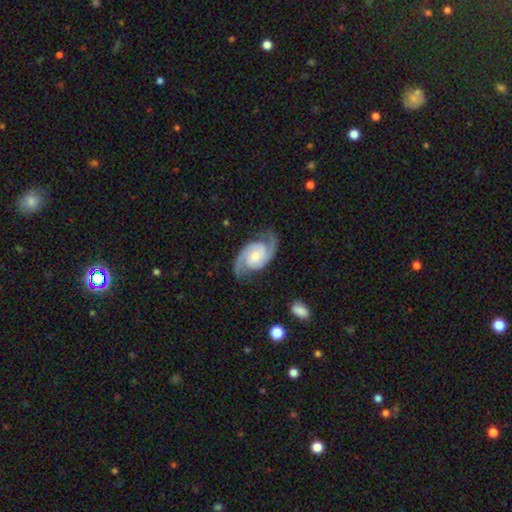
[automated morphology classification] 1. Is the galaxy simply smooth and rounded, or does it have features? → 91% featured or disk, 5% smooth, 4% star or artifact.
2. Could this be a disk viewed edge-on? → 98% no, 2% yes.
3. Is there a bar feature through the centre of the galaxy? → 55% no, 35% weak, 9% strong.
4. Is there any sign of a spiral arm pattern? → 98% yes, 2% no.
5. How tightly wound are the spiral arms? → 55% medium, 27% tight, 18% loose.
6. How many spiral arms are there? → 94% 2, 2% can't tell, 1% 3, 1% 1, 1% 4, 1% more than 4.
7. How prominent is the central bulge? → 46% moderate, 42% small, 6% large, 5% none, 1% dominant.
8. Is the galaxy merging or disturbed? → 80% none, 14% minor disturbance, 5% major disturbance, 1% merger.